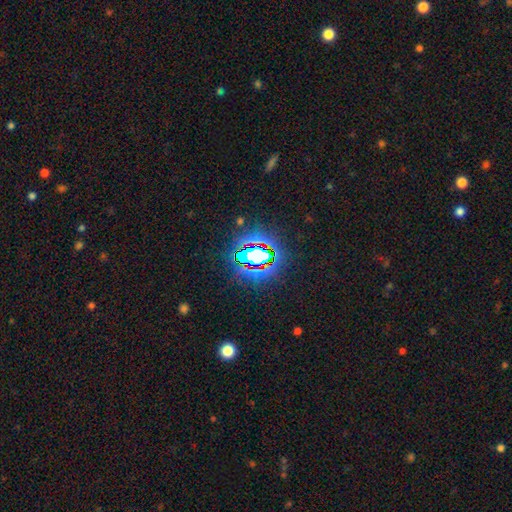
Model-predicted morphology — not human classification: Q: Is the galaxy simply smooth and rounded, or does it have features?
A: star or artifact — 70%.